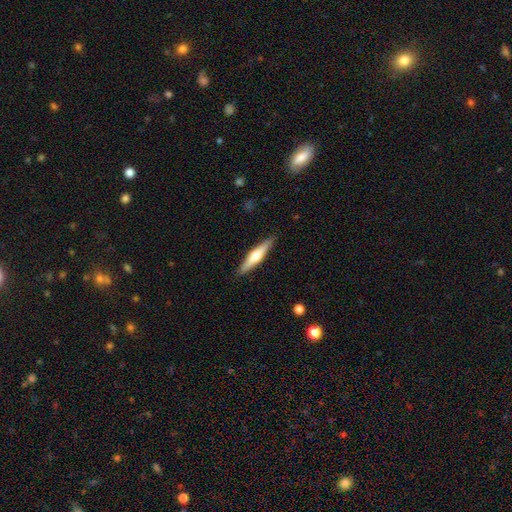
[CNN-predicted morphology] Smooth or featured? Predicted: featured or disk (p=0.55). Edge-on disk? Predicted: yes (p=0.96). Edge-on bulge? Predicted: rounded (p=0.89). Merging? Predicted: none (p=0.90).